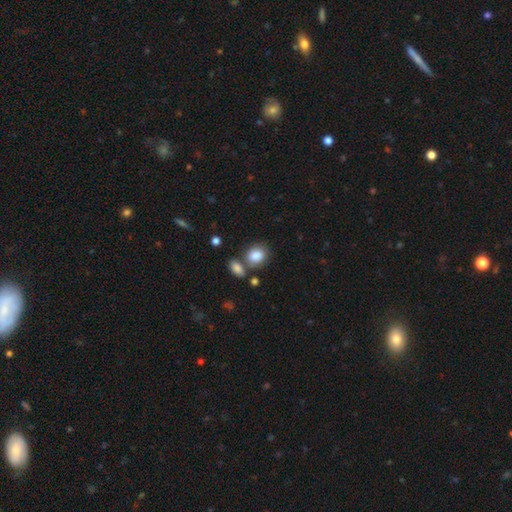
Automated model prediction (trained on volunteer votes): Smooth or featured: smooth — 85% (star or artifact — 8%)
How rounded: round — 53% (in between — 46%)
Merging: none — 61% (merger — 21%)